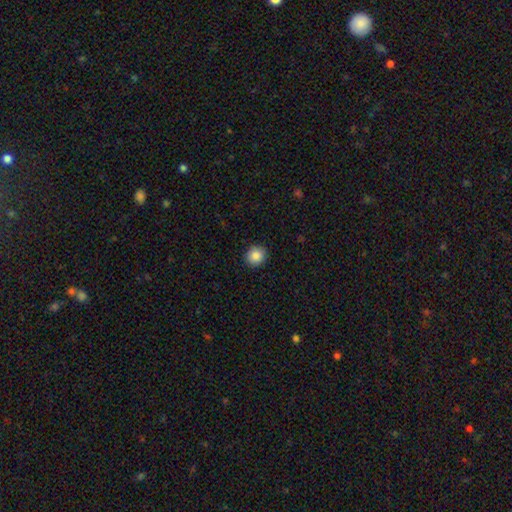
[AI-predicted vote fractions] This is clearly a smooth galaxy (88%). How rounded: clearly round (90%). Merging: clearly none (91%).